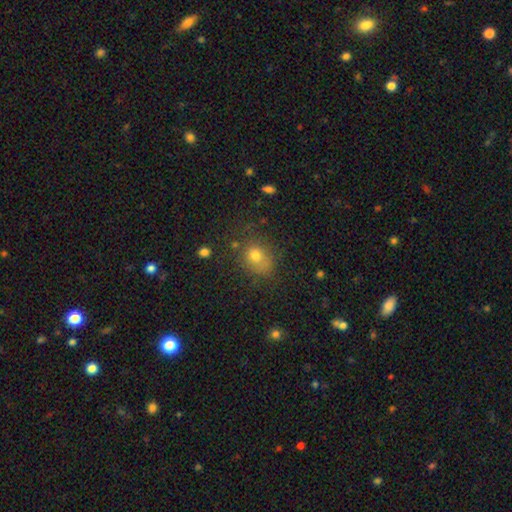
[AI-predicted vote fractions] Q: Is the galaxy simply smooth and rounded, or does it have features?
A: smooth — 73%.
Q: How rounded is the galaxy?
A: round — 59%.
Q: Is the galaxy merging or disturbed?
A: none — 61%.